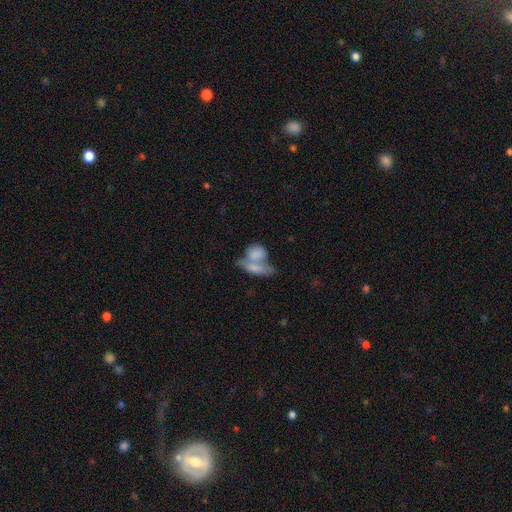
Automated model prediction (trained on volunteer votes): Smooth or featured? Predicted: smooth (p=0.72). How rounded? Predicted: in between (p=0.70). Merging? Predicted: merger (p=0.68).